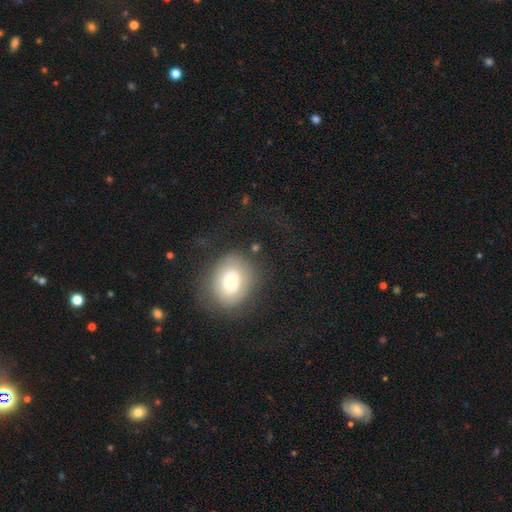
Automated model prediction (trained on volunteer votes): This appears to be a smooth galaxy with no disk features (65%) that is round (58%). Merging: none (68%).